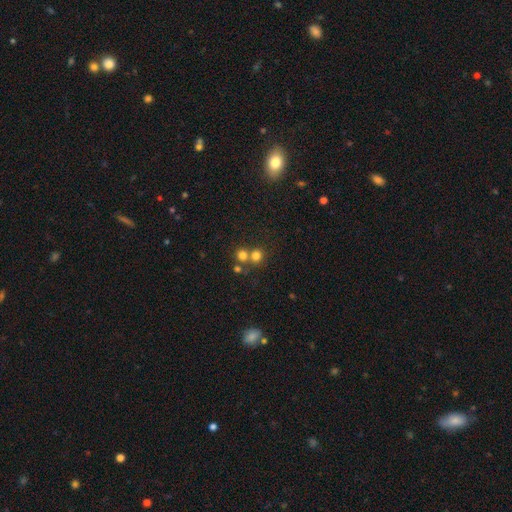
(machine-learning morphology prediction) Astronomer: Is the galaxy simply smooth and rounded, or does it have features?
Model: smooth — 74%.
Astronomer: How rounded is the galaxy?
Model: round — 87%.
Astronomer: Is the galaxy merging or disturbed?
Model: none — 51% (runner-up: merger, 40%).